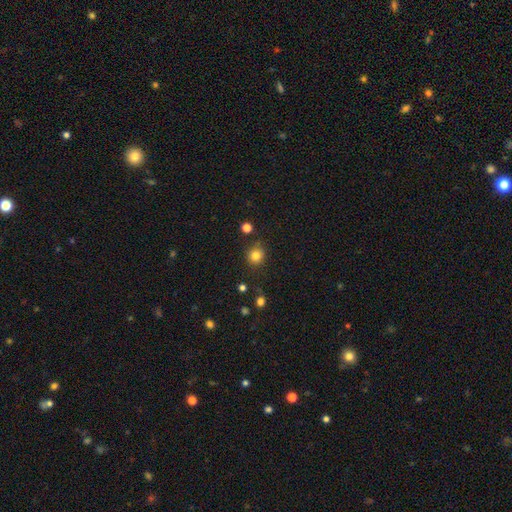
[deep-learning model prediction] A smooth galaxy with no disk features (82%) that is round (90%).

Vote fractions:
- Smooth or featured? smooth: 82% / star or artifact: 13% / featured or disk: 6%
- How rounded? round: 90% / in between: 9% / cigar-shaped: 1%
- Merging? none: 83% / minor disturbance: 10% / merger: 3% / major disturbance: 3%